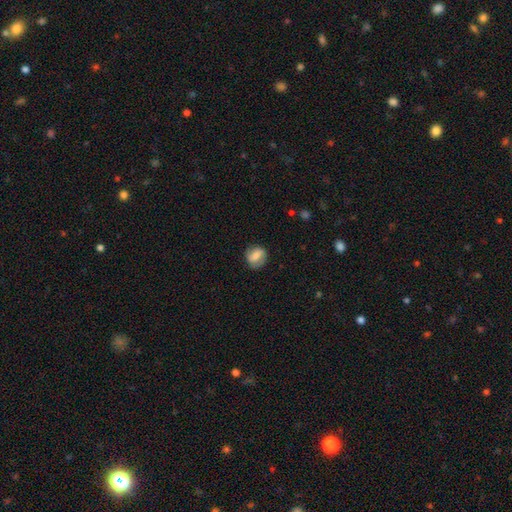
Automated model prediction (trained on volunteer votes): smooth-or-featured: smooth: 55% | featured or disk: 37% | star or artifact: 8%
  how-rounded: round: 66% | in between: 32% | cigar-shaped: 2%
  merging: none: 76% | minor disturbance: 16% | major disturbance: 6% | merger: 1%